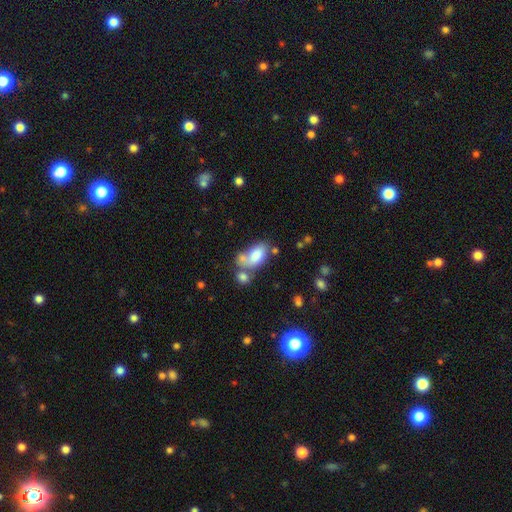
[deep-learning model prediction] Smooth or featured: smooth — 76% (featured or disk — 15%)
How rounded: in between — 91% (round — 6%)
Merging: merger — 41% (none — 33%)